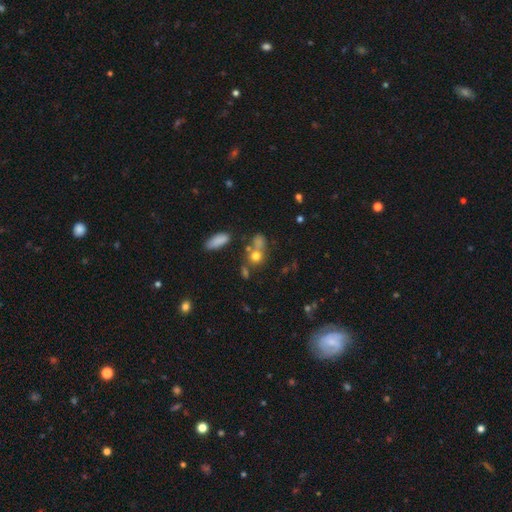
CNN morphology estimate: smooth 70%, star or artifact 17%, featured or disk 13%. Down the decision tree: how rounded — round (71%); merging — none (48%).